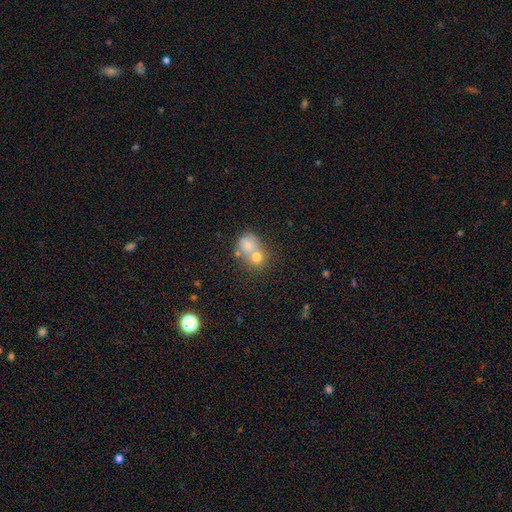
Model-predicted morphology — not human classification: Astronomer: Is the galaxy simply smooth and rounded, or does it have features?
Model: smooth — 65%.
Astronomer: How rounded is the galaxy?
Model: round — 71%.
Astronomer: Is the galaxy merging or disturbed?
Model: merger — 60%.